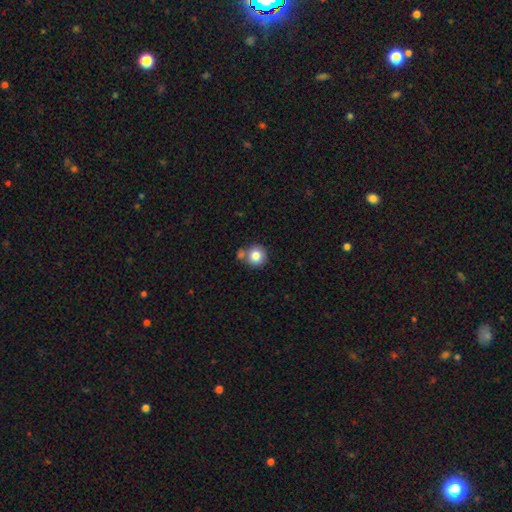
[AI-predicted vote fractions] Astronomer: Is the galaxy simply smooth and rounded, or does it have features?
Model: smooth — 82%.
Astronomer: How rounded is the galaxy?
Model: round — 93%.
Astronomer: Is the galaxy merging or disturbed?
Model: none — 64%.